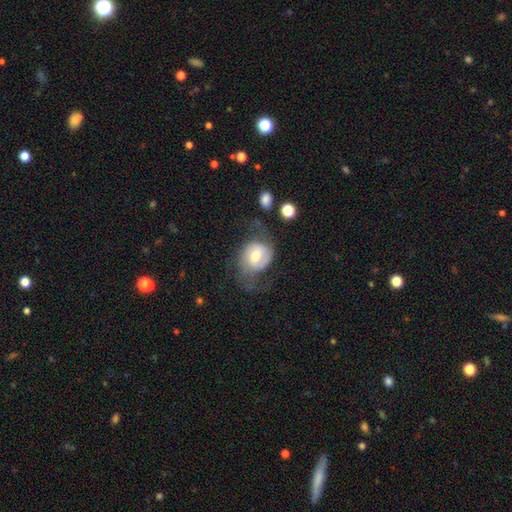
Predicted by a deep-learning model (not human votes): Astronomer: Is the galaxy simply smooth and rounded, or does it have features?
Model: featured or disk — 55% (runner-up: smooth, 38%).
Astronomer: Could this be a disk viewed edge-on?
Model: no — 96%.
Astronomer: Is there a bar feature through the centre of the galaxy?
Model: no — 46% (runner-up: weak, 41%).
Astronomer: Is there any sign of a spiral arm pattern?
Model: yes — 77%.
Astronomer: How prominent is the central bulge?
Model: moderate — 67%.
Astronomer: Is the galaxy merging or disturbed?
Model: none — 44% (runner-up: major disturbance, 29%).